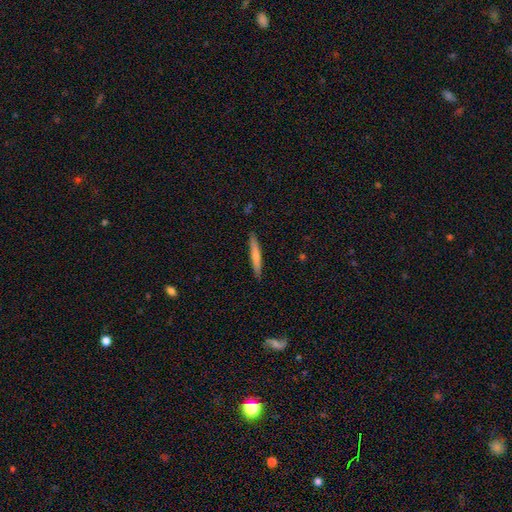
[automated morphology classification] smooth_or_featured: smooth (p=0.65) [alt: featured or disk p=0.29]
how_rounded: cigar-shaped (p=0.95) [alt: in between p=0.04]
merging: none (p=0.90) [alt: minor disturbance p=0.07]